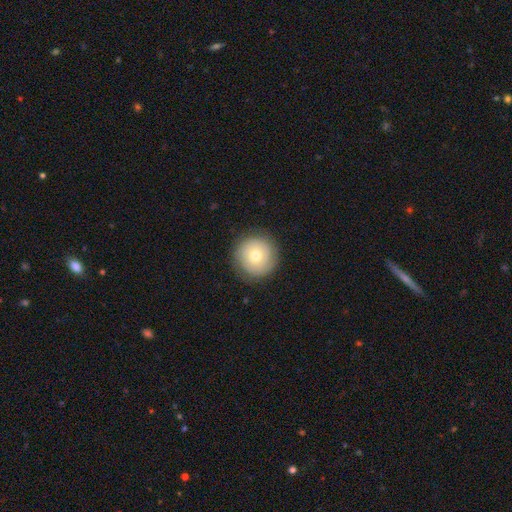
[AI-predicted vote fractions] This is possibly a featured or disk galaxy (46%, tied with smooth). Merging: clearly none (86%).